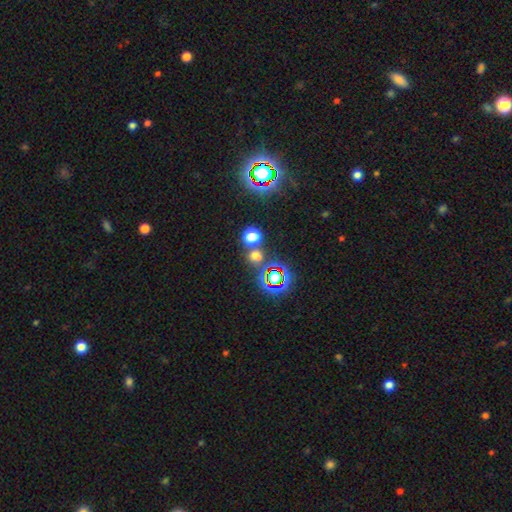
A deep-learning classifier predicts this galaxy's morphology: smooth 51%, star or artifact 42%, featured or disk 7%. Down the decision tree: how rounded — round (85%); merging — none (68%).